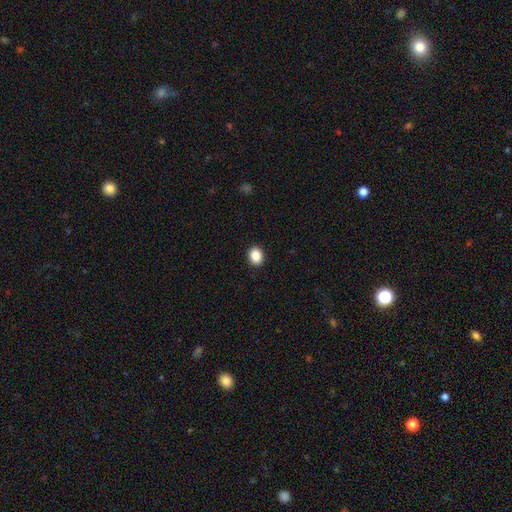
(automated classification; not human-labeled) The model was most divided on "how rounded": round: 50%, in between: 49%, cigar-shaped: 1%. More confident: merging — none (92%); smooth or featured — smooth (89%).